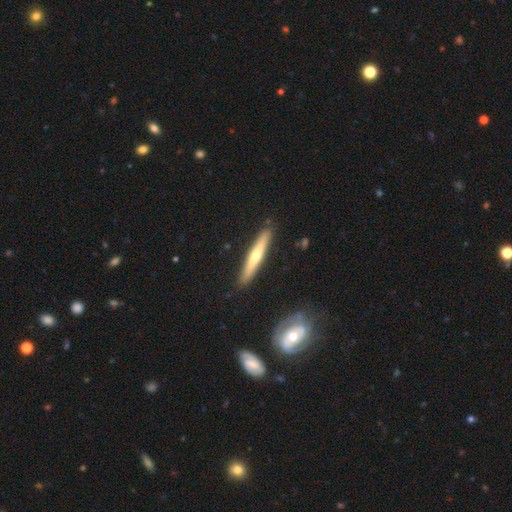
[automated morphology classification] Smooth or featured: featured or disk — 56% (smooth — 38%)
Edge-on disk: yes — 93% (no — 7%)
Edge-on bulge: rounded — 82% (none — 16%)
Merging: none — 89% (minor disturbance — 8%)